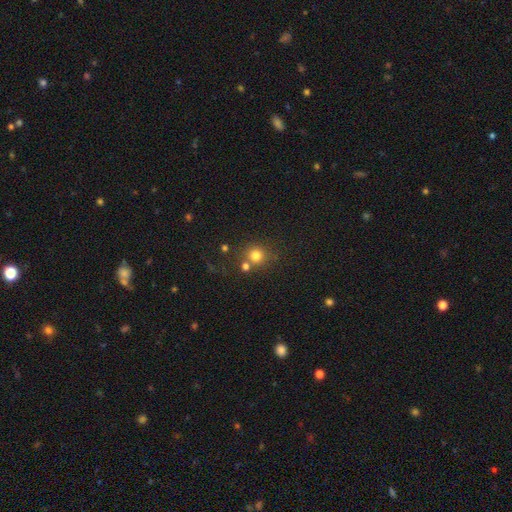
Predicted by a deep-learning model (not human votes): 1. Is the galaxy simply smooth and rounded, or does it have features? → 77% smooth, 15% star or artifact, 7% featured or disk.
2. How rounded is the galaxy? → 88% round, 11% in between, 1% cigar-shaped.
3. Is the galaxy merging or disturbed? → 67% none, 20% merger, 9% minor disturbance, 4% major disturbance.